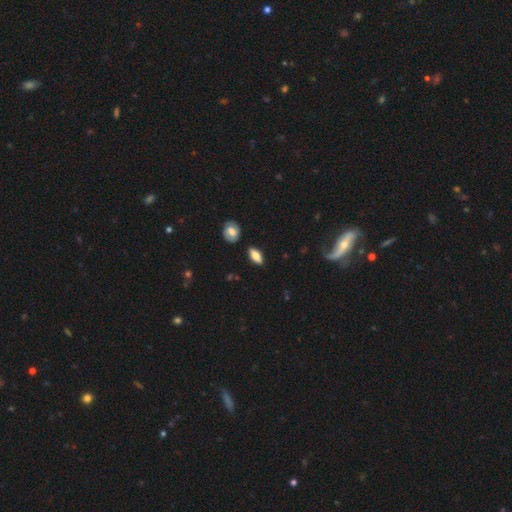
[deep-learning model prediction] smooth-or-featured: smooth: 74% | featured or disk: 19% | star or artifact: 7%
  how-rounded: in between: 77% | cigar-shaped: 18% | round: 4%
  merging: none: 84% | minor disturbance: 11% | merger: 3% | major disturbance: 2%